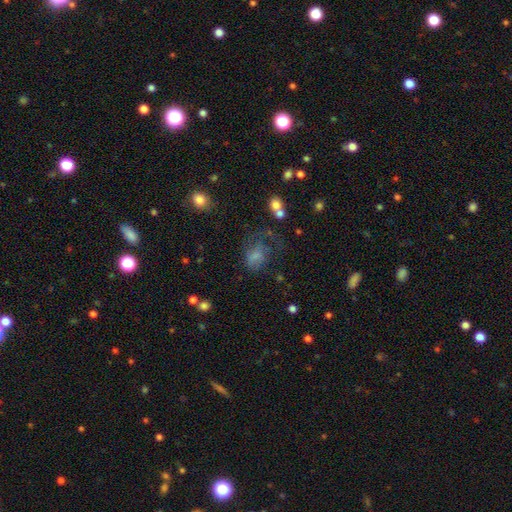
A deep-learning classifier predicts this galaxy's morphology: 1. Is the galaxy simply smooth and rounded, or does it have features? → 61% smooth, 25% featured or disk, 15% star or artifact.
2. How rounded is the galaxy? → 71% in between, 27% round, 2% cigar-shaped.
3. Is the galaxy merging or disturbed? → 43% major disturbance, 29% none, 23% minor disturbance, 5% merger.